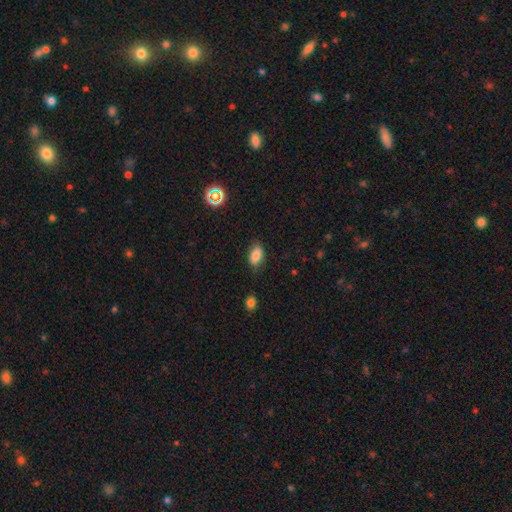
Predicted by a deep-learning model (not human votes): Smooth or featured?
  - smooth: 81% *
  - star or artifact: 10%
  - featured or disk: 9%
How rounded?
  - in between: 88% *
  - round: 9%
  - cigar-shaped: 3%
Merging?
  - none: 74% *
  - minor disturbance: 20%
  - major disturbance: 4%
  - merger: 2%